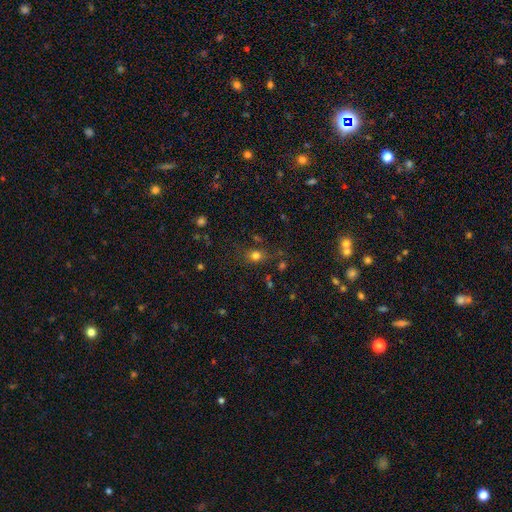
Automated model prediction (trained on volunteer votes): Q: Smooth or featured?
A: smooth (75%); runner-up: star or artifact (18%)
Q: How rounded?
A: round (61%); runner-up: in between (37%)
Q: Merging?
A: none (73%); runner-up: minor disturbance (16%)